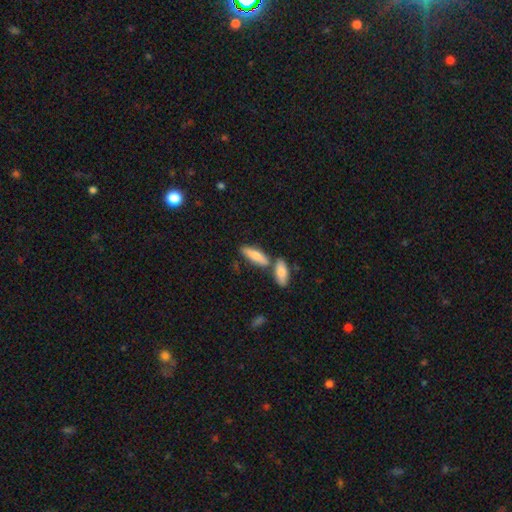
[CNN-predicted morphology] Overall: smooth (71%). How rounded: in between (49%; cigar-shaped 48%). Merging: none (58%; merger 27%).